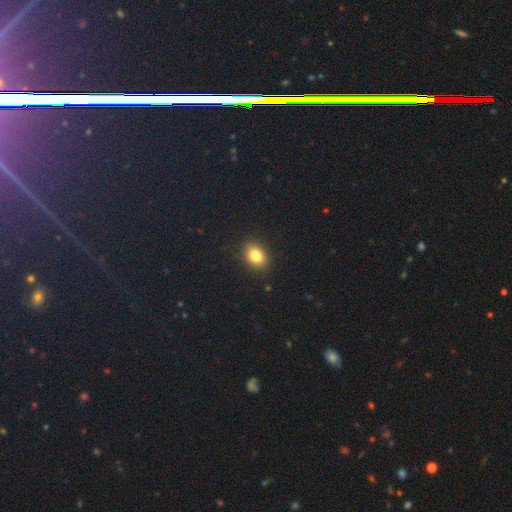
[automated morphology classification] A smooth galaxy with no disk features (83%) that is in between round and cigar-shaped (66%). Merging: none (88%).